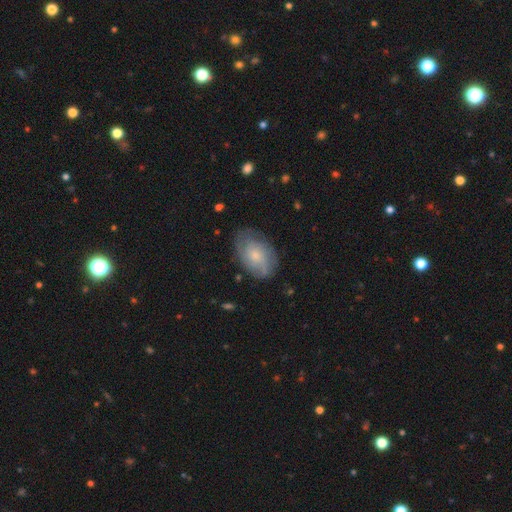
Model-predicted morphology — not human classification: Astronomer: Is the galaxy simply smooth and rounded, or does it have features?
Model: featured or disk — 58% (runner-up: smooth, 35%).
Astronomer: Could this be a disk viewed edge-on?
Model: no — 96%.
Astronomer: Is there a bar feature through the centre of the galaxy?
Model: no — 77%.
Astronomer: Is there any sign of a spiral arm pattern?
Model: yes — 86%.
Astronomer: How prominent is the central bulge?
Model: small — 56% (runner-up: moderate, 34%).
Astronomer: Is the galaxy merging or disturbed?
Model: none — 72%.